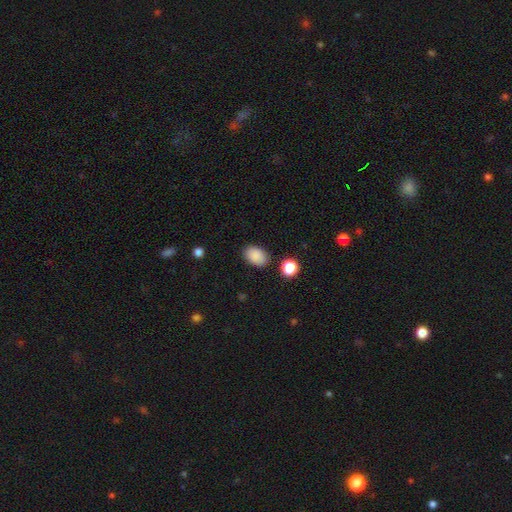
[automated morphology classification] Smooth or featured: smooth — 88% (star or artifact — 8%)
How rounded: in between — 85% (round — 14%)
Merging: none — 84% (minor disturbance — 10%)